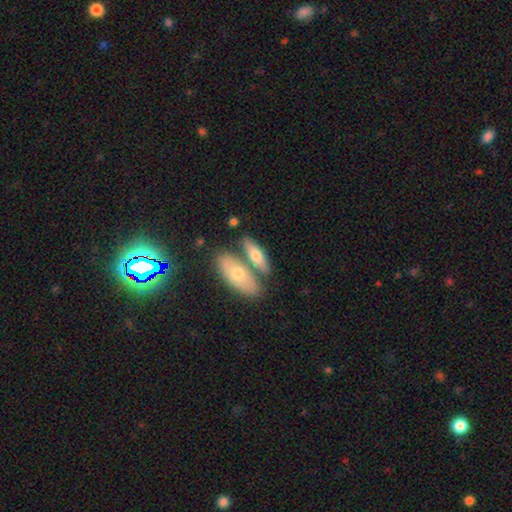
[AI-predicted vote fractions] A smooth galaxy with no disk features (66%) that is in between round and cigar-shaped (59%).

Vote fractions:
- Smooth or featured? smooth: 66% / featured or disk: 29% / star or artifact: 5%
- How rounded? in between: 59% / cigar-shaped: 38% / round: 3%
- Merging? none: 51% / merger: 35% / minor disturbance: 11% / major disturbance: 3%